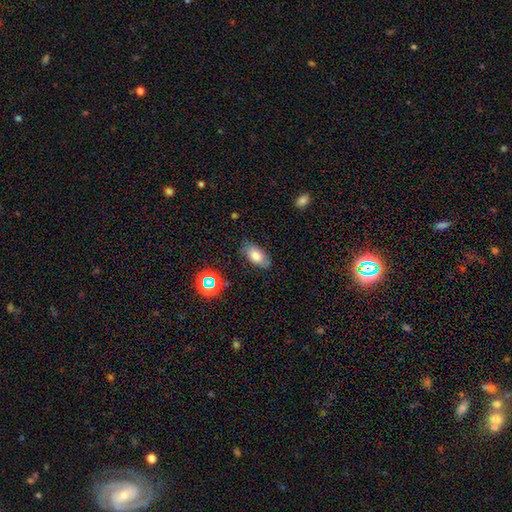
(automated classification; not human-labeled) A smooth galaxy with no disk features (75%) that is in between round and cigar-shaped (91%).

Vote fractions:
- Smooth or featured? smooth: 75% / featured or disk: 15% / star or artifact: 11%
- How rounded? in between: 91% / round: 5% / cigar-shaped: 3%
- Merging? none: 79% / minor disturbance: 16% / major disturbance: 4% / merger: 2%